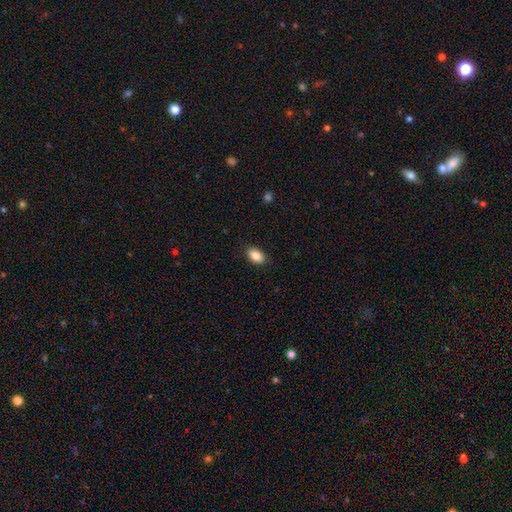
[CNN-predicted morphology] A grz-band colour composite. It shows a smooth galaxy with no disk features (87%) that is in between round and cigar-shaped (91%). Merging: none (88%).